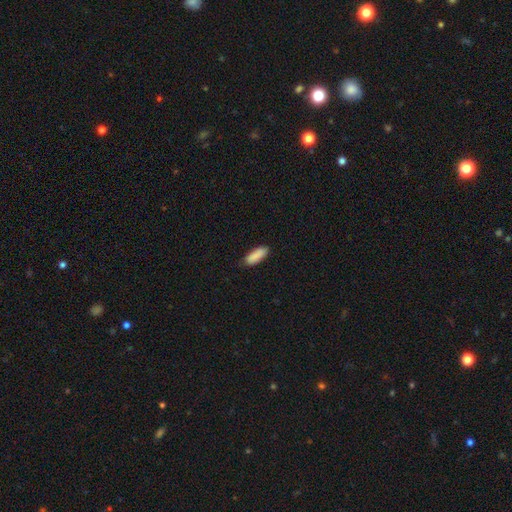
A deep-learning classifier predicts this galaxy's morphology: The model was most divided on "how rounded": in between: 65%, cigar-shaped: 34%, round: 2%. More confident: smooth or featured — smooth (89%); merging — none (84%).